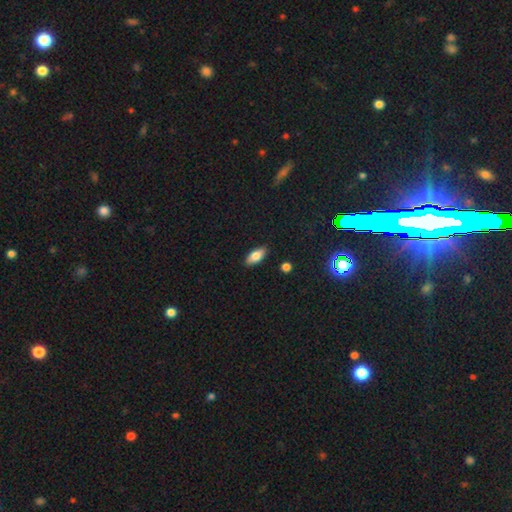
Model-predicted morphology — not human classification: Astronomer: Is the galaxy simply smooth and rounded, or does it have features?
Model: smooth — 78%.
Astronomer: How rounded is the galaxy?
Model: in between — 86%.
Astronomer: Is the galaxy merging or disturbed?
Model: none — 88%.